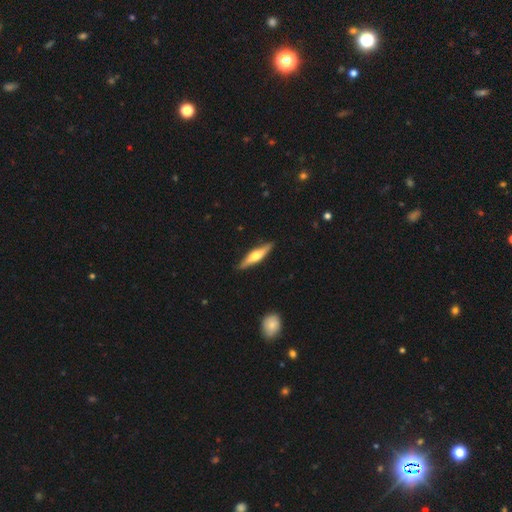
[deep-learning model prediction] smooth-or-featured: featured or disk: 57% | smooth: 38% | star or artifact: 5%
  disk-edge-on: yes: 94% | no: 6%
    edge-on-bulge: rounded: 90% | boxy: 6% | none: 4%
  merging: none: 89% | minor disturbance: 9% | major disturbance: 2% | merger: 1%